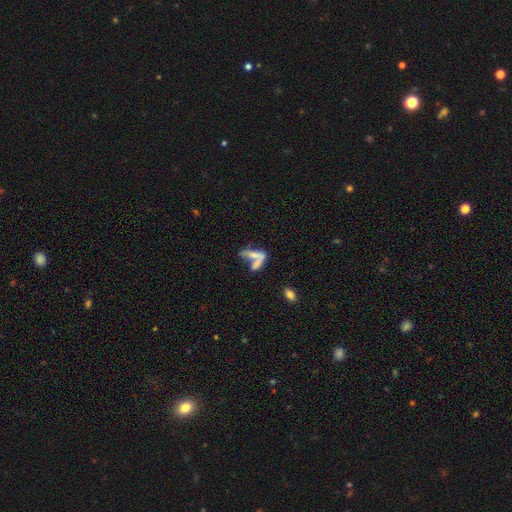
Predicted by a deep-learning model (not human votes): This is possibly a smooth galaxy (51%). How rounded: possibly cigar-shaped (58%). Merging: possibly merger (53%).